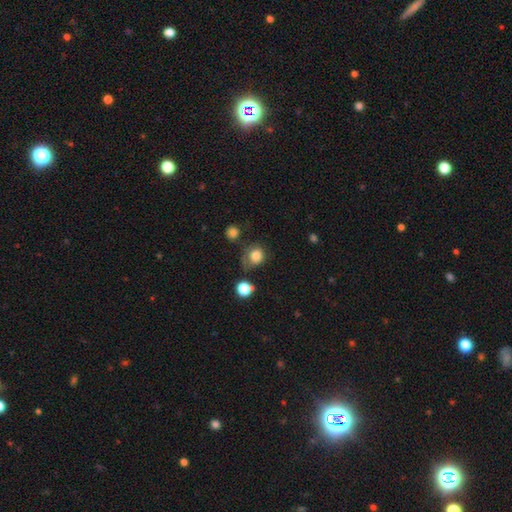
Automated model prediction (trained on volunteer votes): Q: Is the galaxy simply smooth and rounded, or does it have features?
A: smooth — 80%.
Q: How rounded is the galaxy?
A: round — 75%.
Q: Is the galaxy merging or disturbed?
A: none — 51%.